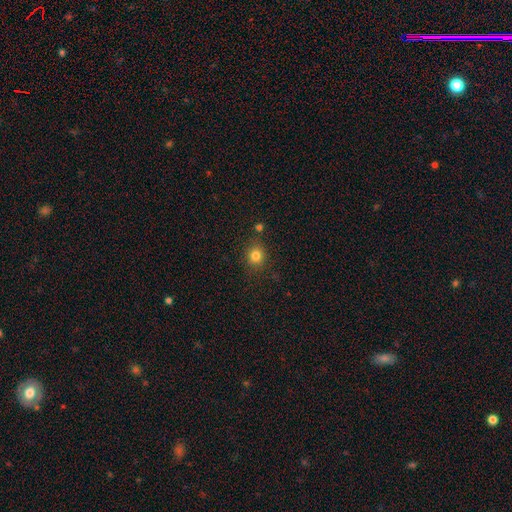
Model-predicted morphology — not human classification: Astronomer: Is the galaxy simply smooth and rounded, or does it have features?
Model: smooth — 82%.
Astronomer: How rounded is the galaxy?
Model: round — 82%.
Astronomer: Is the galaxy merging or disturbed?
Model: none — 83%.